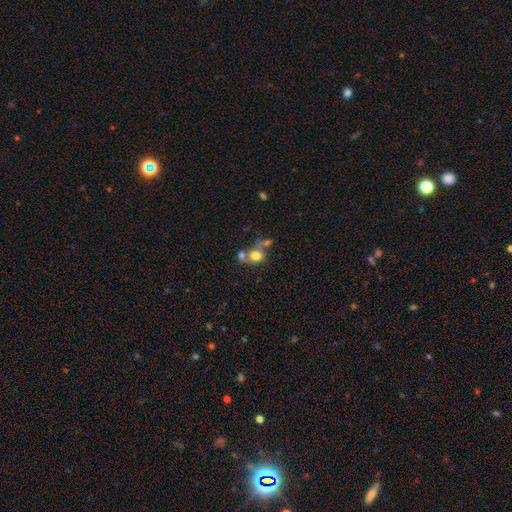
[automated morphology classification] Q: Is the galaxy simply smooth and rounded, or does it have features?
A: smooth — 71%.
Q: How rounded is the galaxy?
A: round — 65%.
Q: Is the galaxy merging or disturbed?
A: merger — 47%.